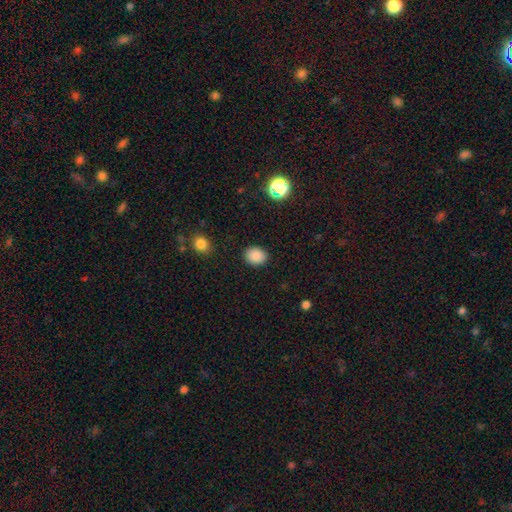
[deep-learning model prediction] smooth-or-featured: smooth: 87% | star or artifact: 10% | featured or disk: 3%
  how-rounded: round: 54% | in between: 45% | cigar-shaped: 1%
  merging: none: 89% | minor disturbance: 8% | major disturbance: 2% | merger: 1%